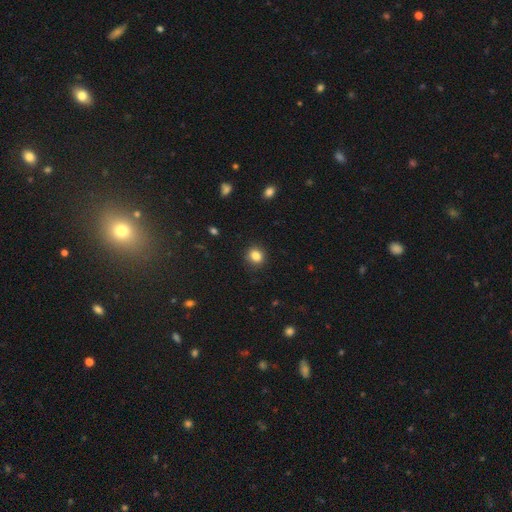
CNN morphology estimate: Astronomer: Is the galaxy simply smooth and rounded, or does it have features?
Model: smooth — 84%.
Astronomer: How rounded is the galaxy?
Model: round — 79%.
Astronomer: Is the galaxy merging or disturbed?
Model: none — 89%.